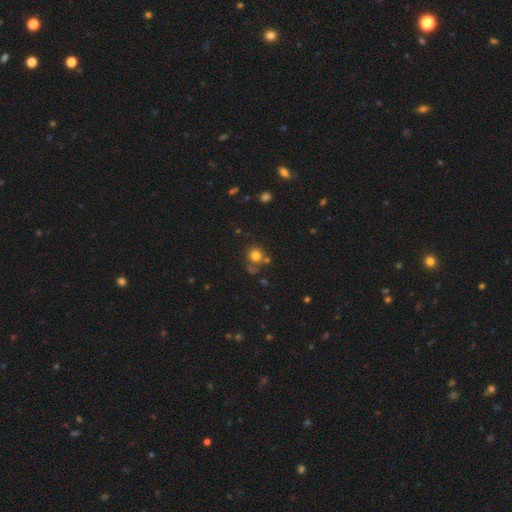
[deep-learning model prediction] Overall: smooth (78%). How rounded: round (87%). Merging: none (67%).